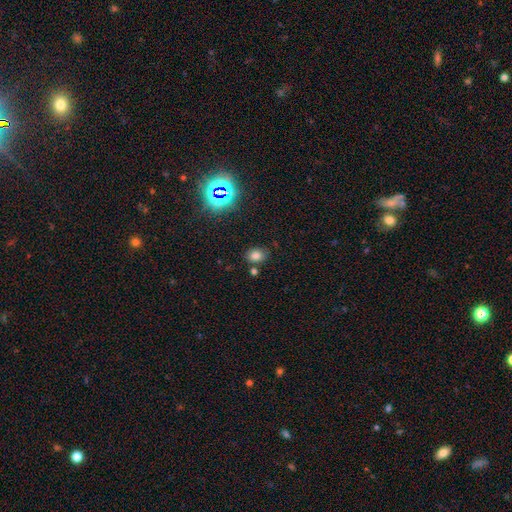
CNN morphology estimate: Smooth or featured: smooth — 72% (star or artifact — 21%)
How rounded: in between — 57% (round — 42%)
Merging: none — 75% (minor disturbance — 13%)